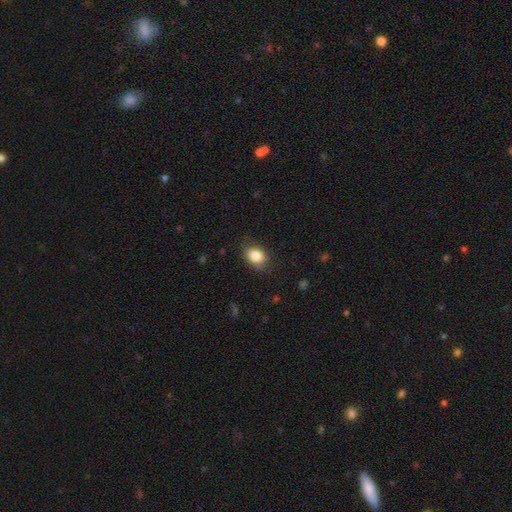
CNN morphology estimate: smooth 84%, star or artifact 9%, featured or disk 7%. Down the decision tree: how rounded — in between (63%); merging — none (75%).